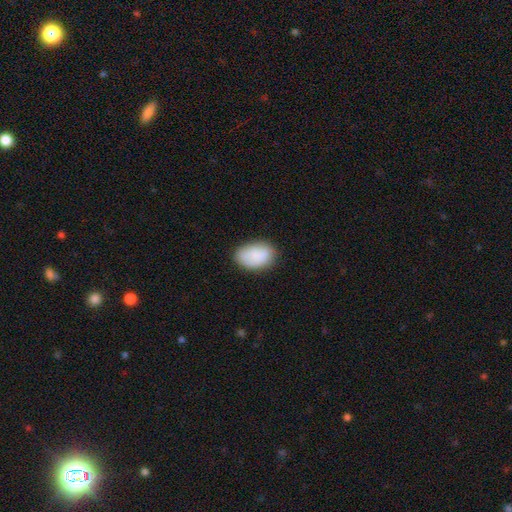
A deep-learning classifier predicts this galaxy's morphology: smooth-or-featured: smooth: 86% | featured or disk: 8% | star or artifact: 7%
  how-rounded: in between: 89% | round: 9% | cigar-shaped: 1%
  merging: none: 77% | minor disturbance: 17% | major disturbance: 4% | merger: 2%